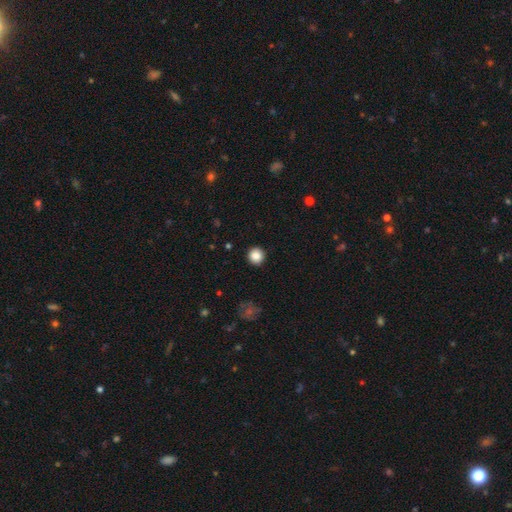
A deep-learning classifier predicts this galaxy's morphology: type=smooth (86%); roundness=round (95%); merging=none (92%).